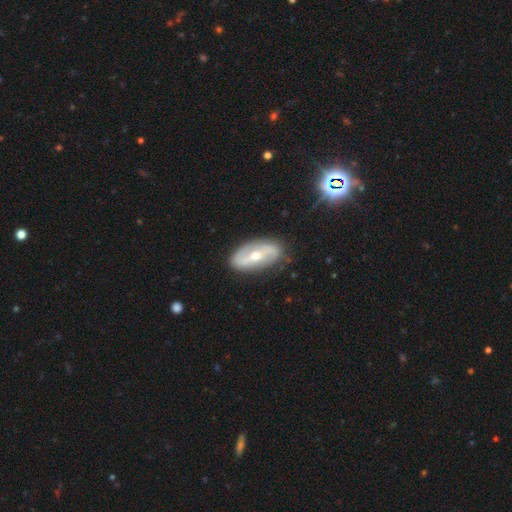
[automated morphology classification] Smooth or featured: featured or disk — 73% (smooth — 20%)
Edge-on disk: no — 91% (yes — 9%)
Bar: strong — 37% (weak — 33%)
Spiral arms: yes — 77% (no — 23%)
Spiral winding: loose — 44% (medium — 33%)
Spiral arm count: 2 — 85% (can't tell — 10%)
Bulge size: moderate — 55% (small — 41%)
Merging: none — 82% (minor disturbance — 14%)